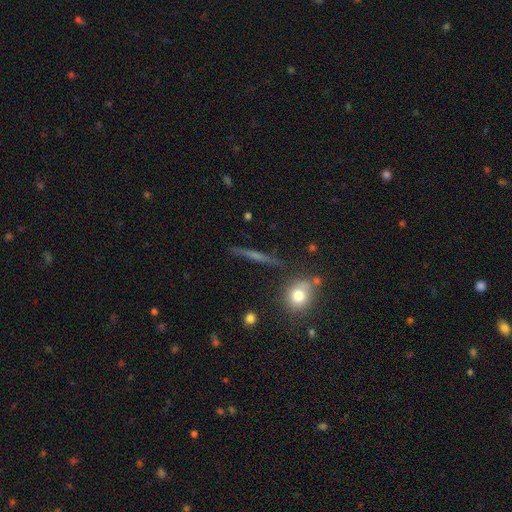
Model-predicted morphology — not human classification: This is possibly a featured or disk galaxy (57%). It is clearly viewed edge-on (94%). Edge-on bulge: possibly none (50%). Merging: clearly none (86%).